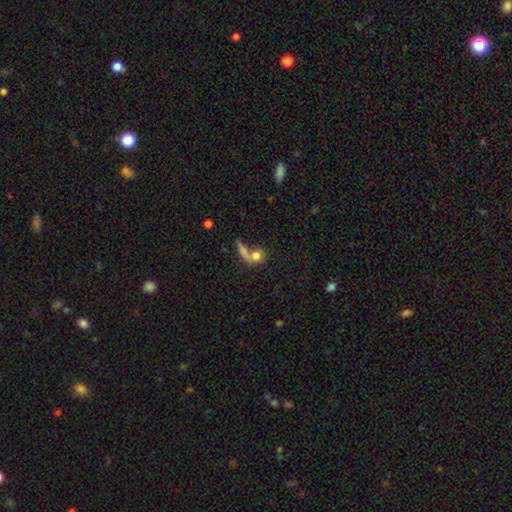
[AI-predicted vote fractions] Morphology: type=smooth (74%); roundness=round (65%); merging=none (41%).